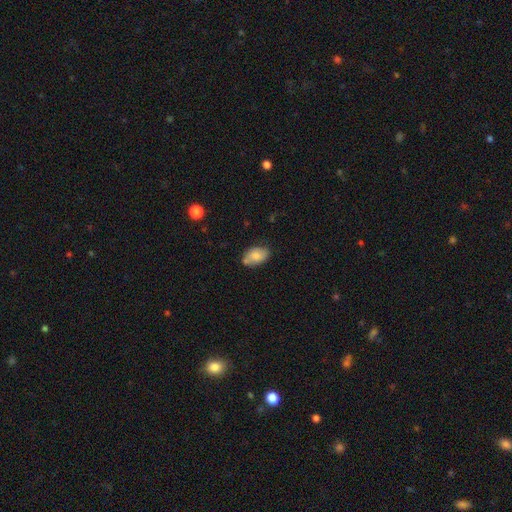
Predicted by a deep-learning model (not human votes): Smooth or featured?
  - smooth: 77% *
  - featured or disk: 15%
  - star or artifact: 8%
How rounded?
  - in between: 90% *
  - round: 9%
  - cigar-shaped: 2%
Merging?
  - none: 65% *
  - minor disturbance: 22%
  - merger: 9%
  - major disturbance: 4%